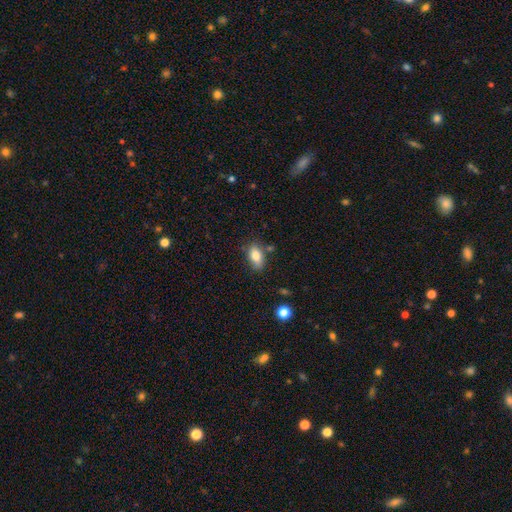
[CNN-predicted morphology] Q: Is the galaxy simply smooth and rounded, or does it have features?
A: smooth — 81%.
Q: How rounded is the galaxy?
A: in between — 88%.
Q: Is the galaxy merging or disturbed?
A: none — 75%.